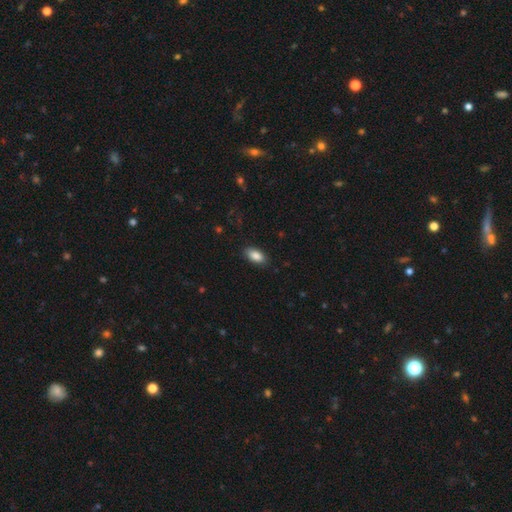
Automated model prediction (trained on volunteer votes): Q: Smooth or featured?
A: smooth (87%); runner-up: star or artifact (7%)
Q: How rounded?
A: in between (92%); runner-up: cigar-shaped (5%)
Q: Merging?
A: none (86%); runner-up: minor disturbance (10%)